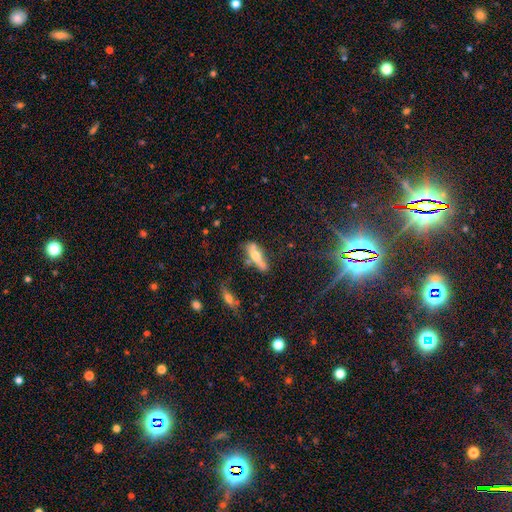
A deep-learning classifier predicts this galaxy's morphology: smooth 49%, featured or disk 42%, star or artifact 9%. Down the decision tree: merging — none (46%).